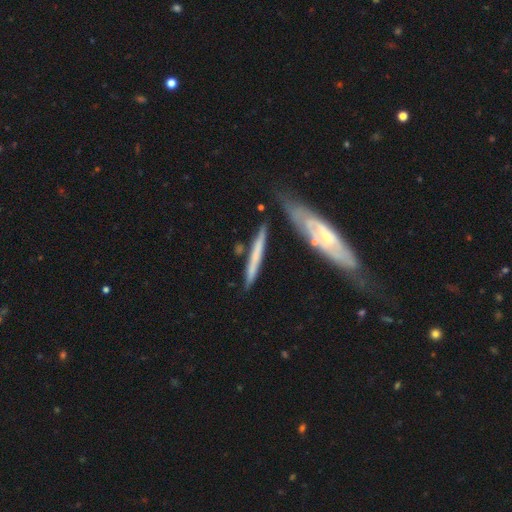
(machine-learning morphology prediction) smooth 47% (tied), featured or disk 47% (tied), star or artifact 6%. Down the decision tree: merging — none (72%).